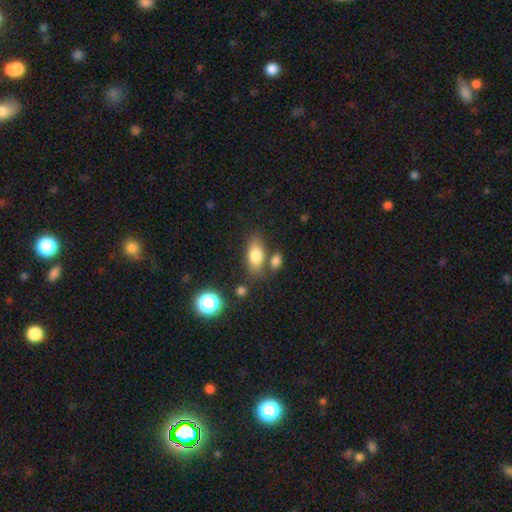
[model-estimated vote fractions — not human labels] A smooth galaxy with no disk features (78%) that is in between round and cigar-shaped (82%).

Vote fractions:
- Smooth or featured? smooth: 78% / featured or disk: 13% / star or artifact: 9%
- How rounded? in between: 82% / cigar-shaped: 9% / round: 8%
- Merging? none: 68% / minor disturbance: 14% / merger: 13% / major disturbance: 5%